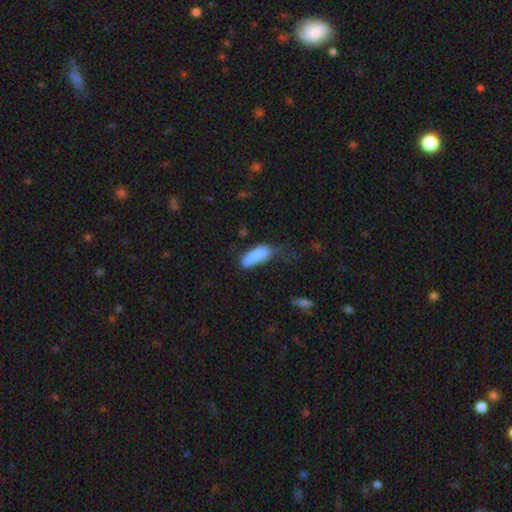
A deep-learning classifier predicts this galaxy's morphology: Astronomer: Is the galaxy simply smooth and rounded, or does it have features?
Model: smooth — 82%.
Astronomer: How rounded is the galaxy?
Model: in between — 61% (runner-up: cigar-shaped, 37%).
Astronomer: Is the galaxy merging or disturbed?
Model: none — 37% (runner-up: minor disturbance, 36%).